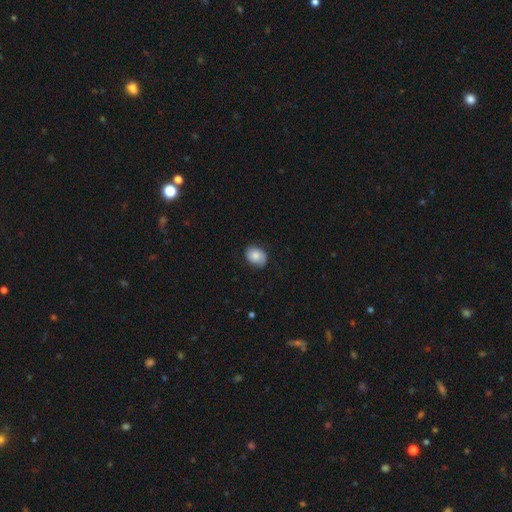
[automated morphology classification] smooth_or_featured: smooth (p=0.70) [alt: featured or disk p=0.22]
how_rounded: in between (p=0.62) [alt: round p=0.37]
merging: none (p=0.76) [alt: minor disturbance p=0.19]